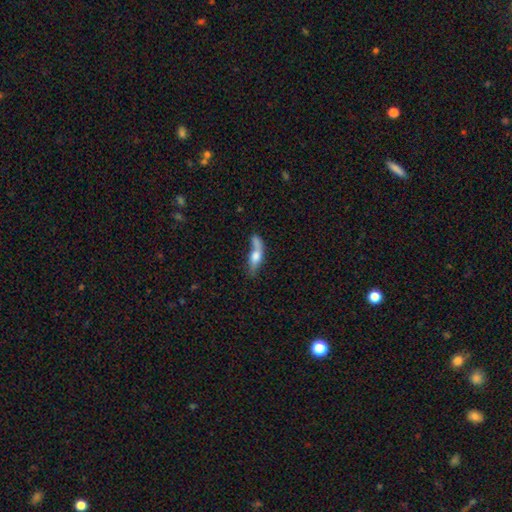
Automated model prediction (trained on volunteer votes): A smooth galaxy with no disk features (56%) that is in between round and cigar-shaped (49%). Merging: none (33%, tied with merger).